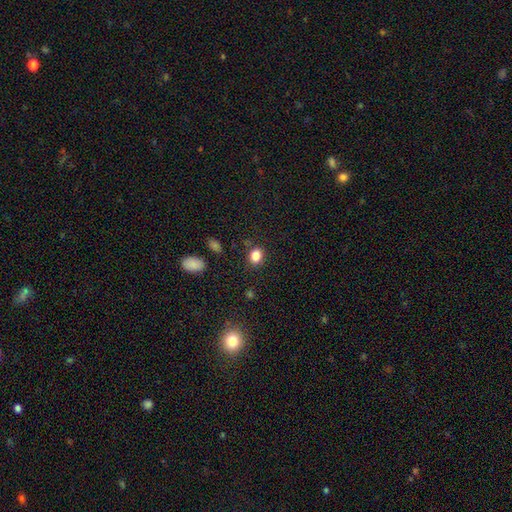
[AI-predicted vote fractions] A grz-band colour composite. It shows a smooth galaxy with no disk features (83%) that is round (51%). Merging: none (83%).